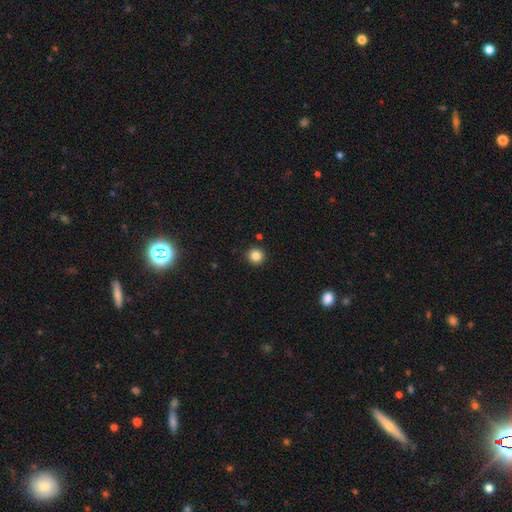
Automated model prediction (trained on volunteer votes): A smooth galaxy with no disk features (85%) that is round (95%).

Vote fractions:
- Smooth or featured? smooth: 85% / star or artifact: 11% / featured or disk: 4%
- How rounded? round: 95% / in between: 4% / cigar-shaped: 1%
- Merging? none: 92% / minor disturbance: 5% / major disturbance: 2% / merger: 2%